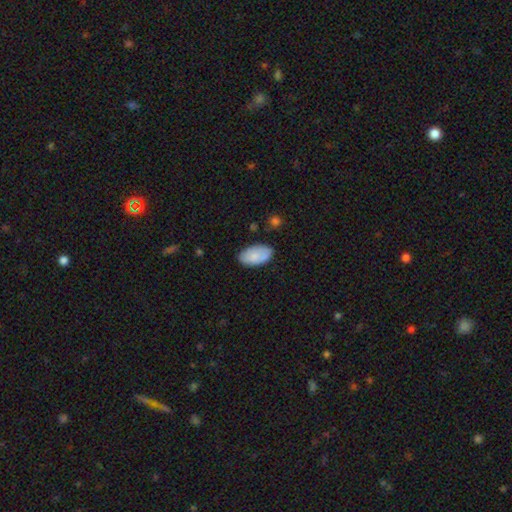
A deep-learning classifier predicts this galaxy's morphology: Q: Smooth or featured?
A: smooth (81%); runner-up: featured or disk (13%)
Q: How rounded?
A: in between (95%); runner-up: round (3%)
Q: Merging?
A: none (78%); runner-up: minor disturbance (17%)